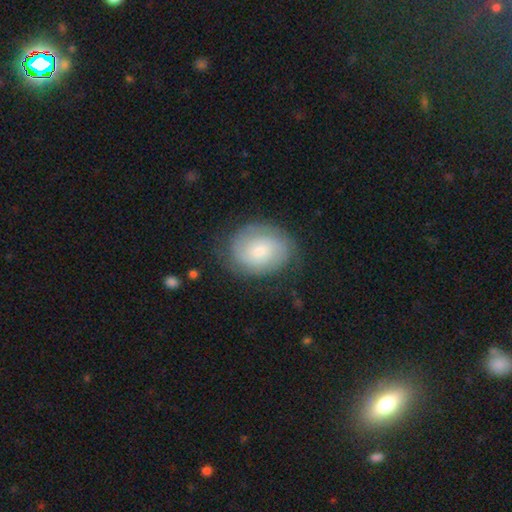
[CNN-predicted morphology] type=featured or disk (50%); edge-on=no (97%); merging=none (70%).